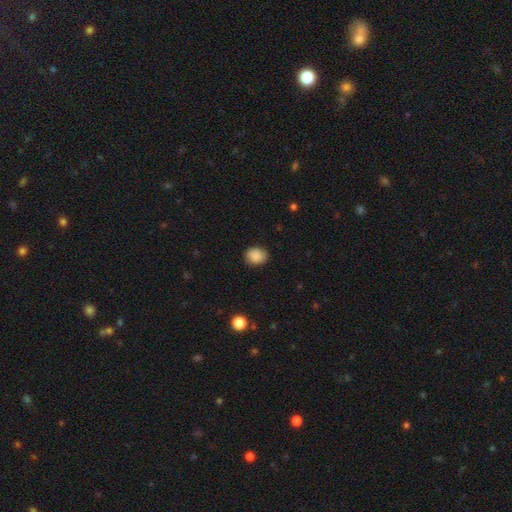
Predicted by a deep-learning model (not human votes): A smooth galaxy with no disk features (88%) that is round (54%). Merging: none (85%).